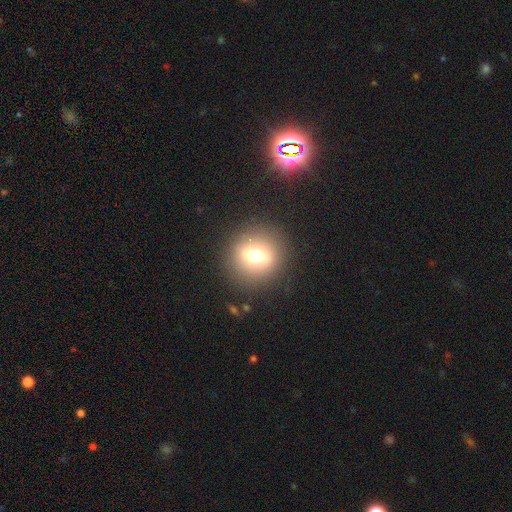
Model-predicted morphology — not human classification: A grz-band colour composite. It shows a smooth galaxy with no disk features (65%) that is round (88%). Merging: none (87%).